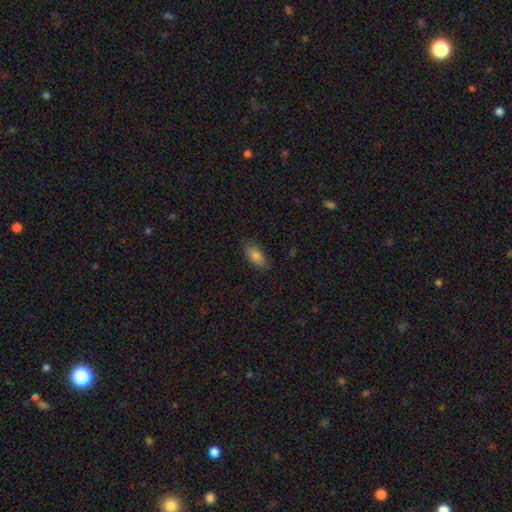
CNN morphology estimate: Smooth or featured?
  - smooth: 81% *
  - featured or disk: 11%
  - star or artifact: 9%
How rounded?
  - in between: 86% *
  - cigar-shaped: 10%
  - round: 3%
Merging?
  - none: 81% *
  - minor disturbance: 15%
  - major disturbance: 3%
  - merger: 1%